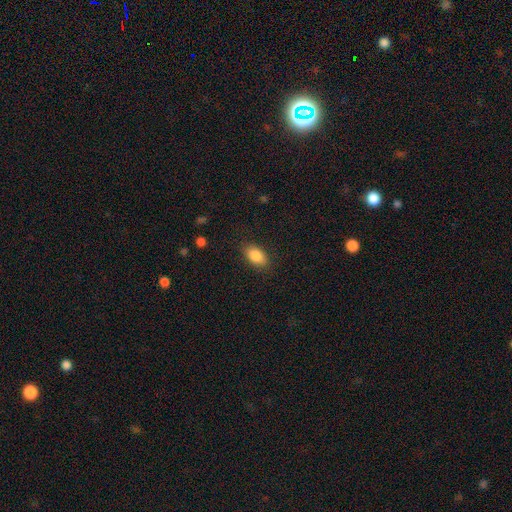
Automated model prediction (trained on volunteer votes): Smooth or featured? Predicted: smooth (p=0.87). How rounded? Predicted: in between (p=0.91). Merging? Predicted: none (p=0.85).